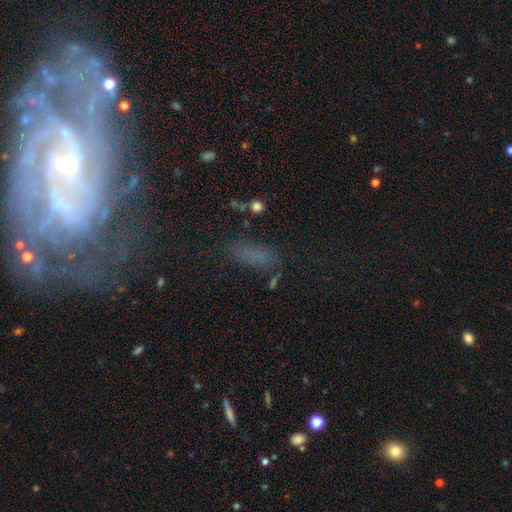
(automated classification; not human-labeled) A smooth galaxy with no disk features (64%) that is in between round and cigar-shaped (74%).

Vote fractions:
- Smooth or featured? smooth: 64% / star or artifact: 23% / featured or disk: 13%
- How rounded? in between: 74% / cigar-shaped: 21% / round: 5%
- Merging? none: 61% / minor disturbance: 21% / major disturbance: 13% / merger: 6%